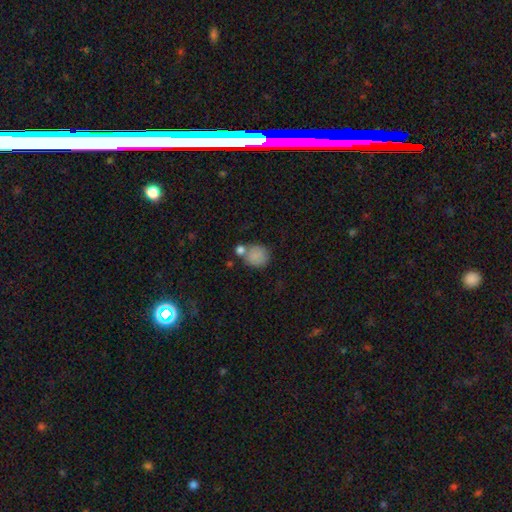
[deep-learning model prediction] smooth 84%, star or artifact 9%, featured or disk 7%. Down the decision tree: how rounded — round (78%); merging — none (54%).